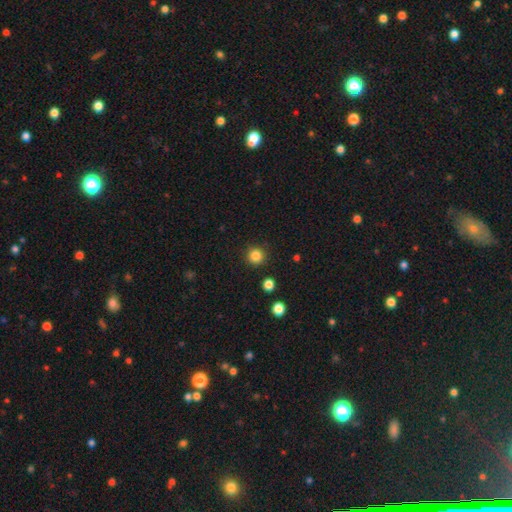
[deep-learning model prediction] This appears to be a smooth galaxy with no disk features (84%) that is round (94%). Merging: none (90%).